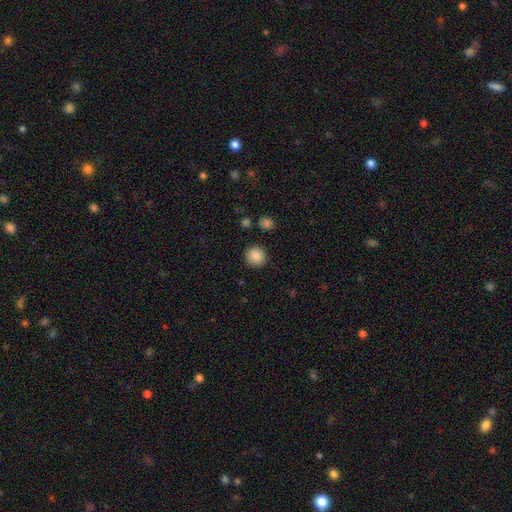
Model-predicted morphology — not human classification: type=smooth (88%); roundness=round (91%); merging=none (90%).